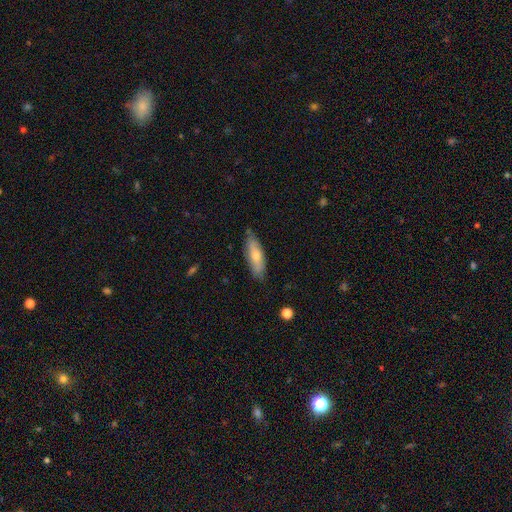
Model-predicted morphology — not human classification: Smooth or featured? Predicted: smooth (p=0.66). How rounded? Predicted: in between (p=0.51). Merging? Predicted: none (p=0.77).